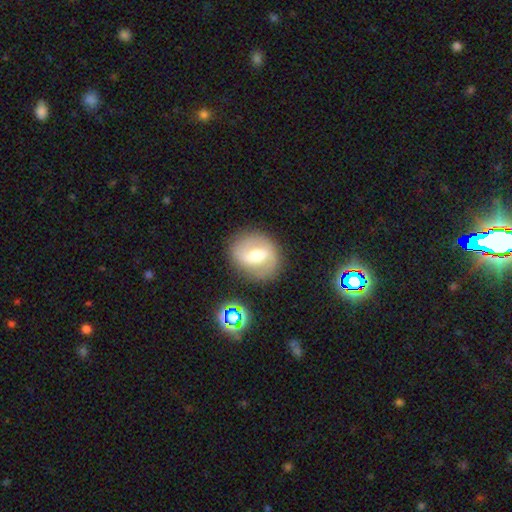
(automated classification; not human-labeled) Smooth or featured?
  - featured or disk: 61% *
  - smooth: 30%
  - star or artifact: 9%
Edge-on disk?
  - no: 95% *
  - yes: 5%
Bar?
  - weak: 43% *
  - strong: 41%
  - no: 16%
Spiral arms?
  - yes: 73% *
  - no: 27%
Bulge size?
  - moderate: 63% *
  - small: 23%
  - large: 10%
  - dominant: 2%
  - none: 2%
Merging?
  - none: 81% *
  - minor disturbance: 11%
  - major disturbance: 4%
  - merger: 3%